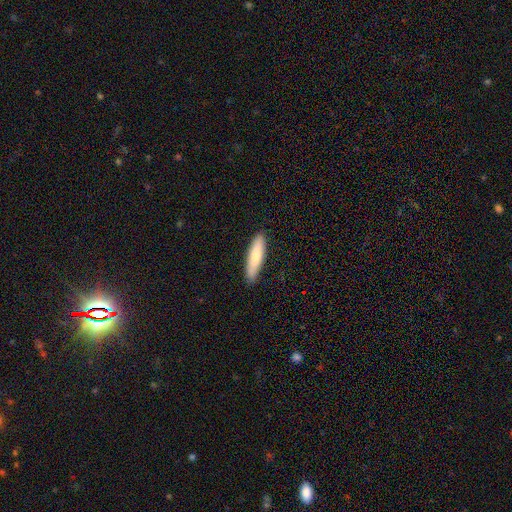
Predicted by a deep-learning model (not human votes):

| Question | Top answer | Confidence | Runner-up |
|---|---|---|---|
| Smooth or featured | smooth | 80% | featured or disk (15%) |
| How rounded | cigar-shaped | 74% | in between (25%) |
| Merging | none | 88% | minor disturbance (9%) |